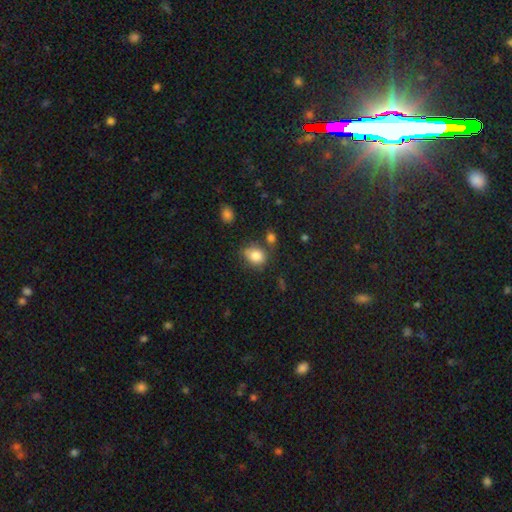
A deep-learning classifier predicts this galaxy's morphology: smooth_or_featured: smooth (p=0.82) [alt: star or artifact p=0.10]
how_rounded: round (p=0.52) [alt: in between p=0.47]
merging: none (p=0.58) [alt: minor disturbance p=0.25]